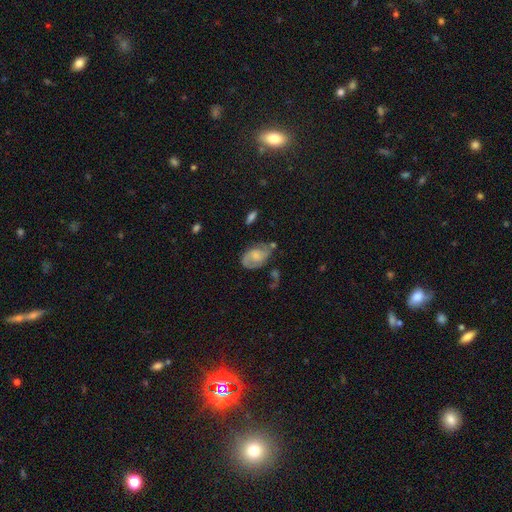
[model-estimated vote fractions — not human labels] Smooth or featured? Predicted: featured or disk (p=0.60). Edge-on disk? Predicted: no (p=0.96). Bar? Predicted: no (p=0.59). Spiral arms? Predicted: yes (p=0.87). Spiral winding? Predicted: medium (p=0.46). Spiral arm count? Predicted: 2 (p=0.77). Bulge size? Predicted: small (p=0.40). Merging? Predicted: none (p=0.57).